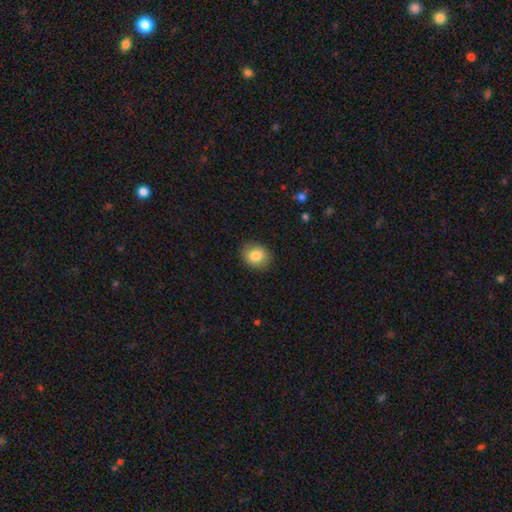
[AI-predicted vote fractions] smooth_or_featured: smooth (p=0.83) [alt: featured or disk p=0.09]
how_rounded: round (p=0.64) [alt: in between p=0.35]
merging: none (p=0.87) [alt: minor disturbance p=0.09]